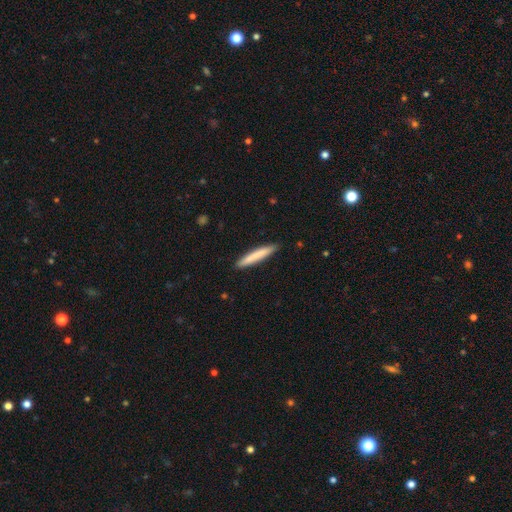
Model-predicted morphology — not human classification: Smooth or featured: smooth — 78% (featured or disk — 17%)
How rounded: cigar-shaped — 95% (in between — 4%)
Merging: none — 89% (minor disturbance — 8%)